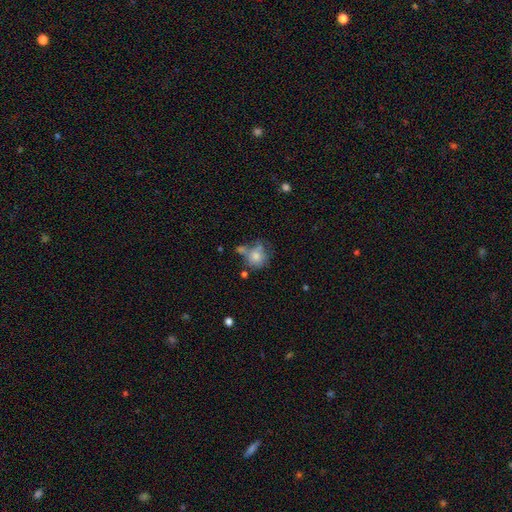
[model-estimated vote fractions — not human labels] Smooth or featured: smooth — 71% (featured or disk — 19%)
How rounded: round — 73% (in between — 26%)
Merging: none — 39% (merger — 25%)